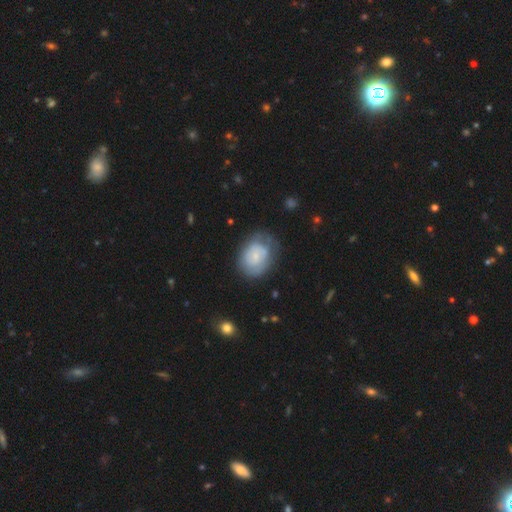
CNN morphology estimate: smooth 50%, featured or disk 43%, star or artifact 7%. Down the decision tree: merging — none (56%).